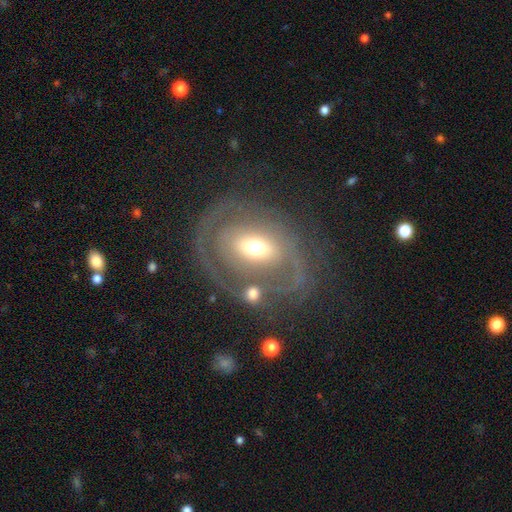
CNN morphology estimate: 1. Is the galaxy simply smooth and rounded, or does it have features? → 74% featured or disk, 17% smooth, 9% star or artifact.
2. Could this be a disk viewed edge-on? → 95% no, 5% yes.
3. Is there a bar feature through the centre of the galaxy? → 39% weak, 38% no, 22% strong.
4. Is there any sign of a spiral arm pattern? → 70% yes, 30% no.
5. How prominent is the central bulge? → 63% moderate, 22% small, 12% large, 2% dominant, 1% none.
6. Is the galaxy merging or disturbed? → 67% none, 16% minor disturbance, 13% major disturbance, 4% merger.